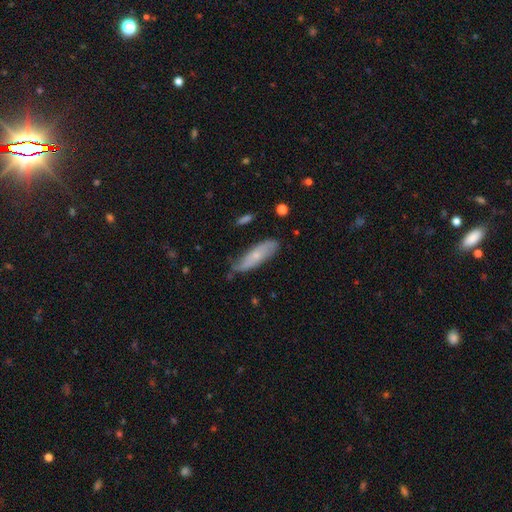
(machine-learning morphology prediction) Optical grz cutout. It shows a smooth galaxy with no disk features (58%) that is cigar-shaped (58%). Merging: none (65%).